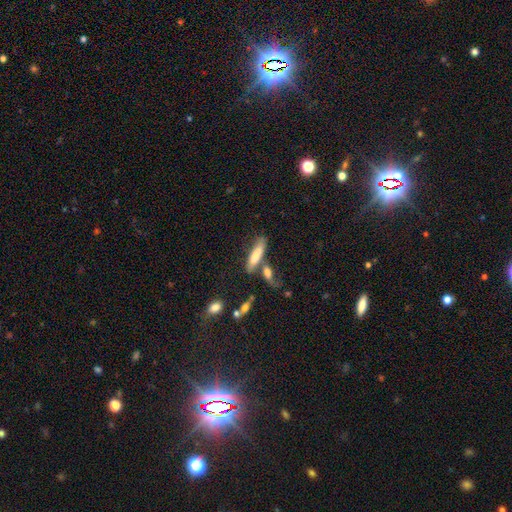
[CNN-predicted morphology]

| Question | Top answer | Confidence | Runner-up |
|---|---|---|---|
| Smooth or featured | smooth | 72% | featured or disk (21%) |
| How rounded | cigar-shaped | 70% | in between (28%) |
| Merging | none | 53% | merger (23%) |